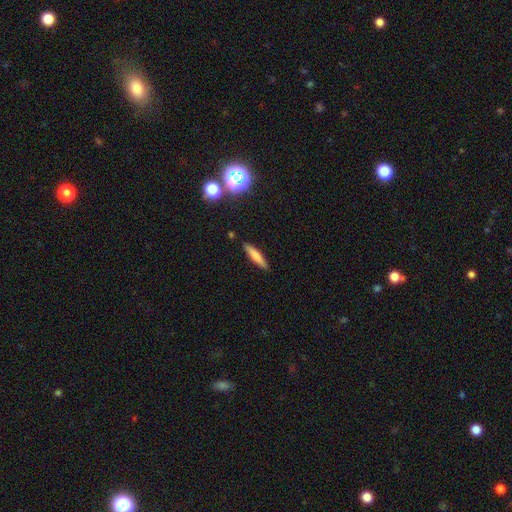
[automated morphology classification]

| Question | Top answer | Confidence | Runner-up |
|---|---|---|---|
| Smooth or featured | smooth | 70% | featured or disk (21%) |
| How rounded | cigar-shaped | 85% | in between (13%) |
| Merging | none | 88% | minor disturbance (8%) |